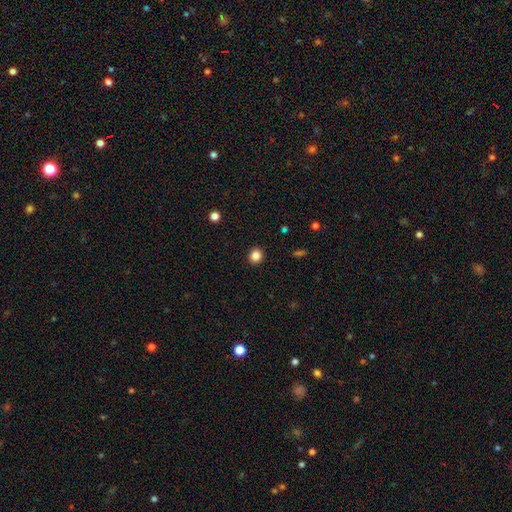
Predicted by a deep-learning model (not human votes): Smooth or featured? Predicted: smooth (p=0.84). How rounded? Predicted: round (p=0.88). Merging? Predicted: none (p=0.92).